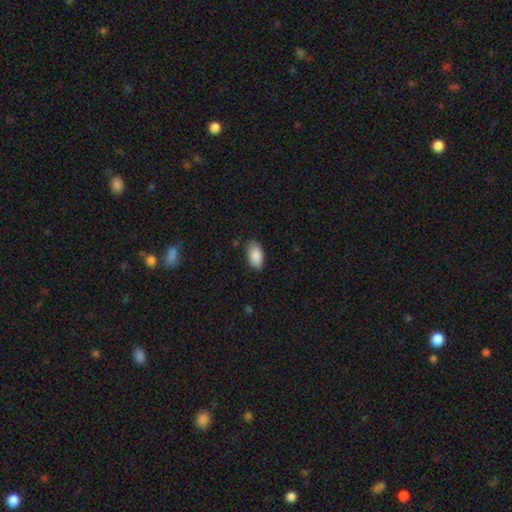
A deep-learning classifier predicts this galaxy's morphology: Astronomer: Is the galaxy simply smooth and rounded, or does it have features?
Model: smooth — 90%.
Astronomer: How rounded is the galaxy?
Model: in between — 95%.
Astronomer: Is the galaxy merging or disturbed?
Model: none — 83%.